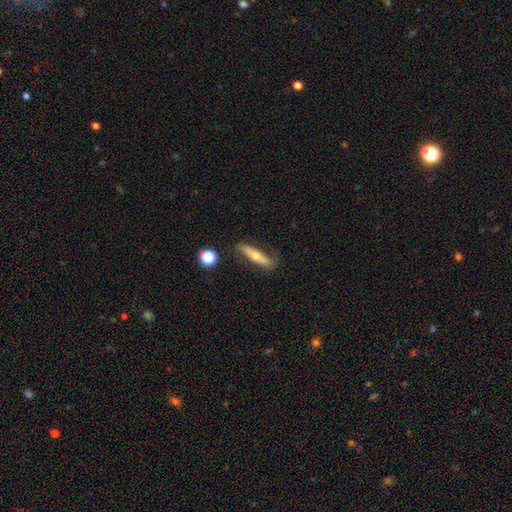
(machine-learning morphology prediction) This appears to be a smooth galaxy with no disk features (47%). Merging: none (79%).